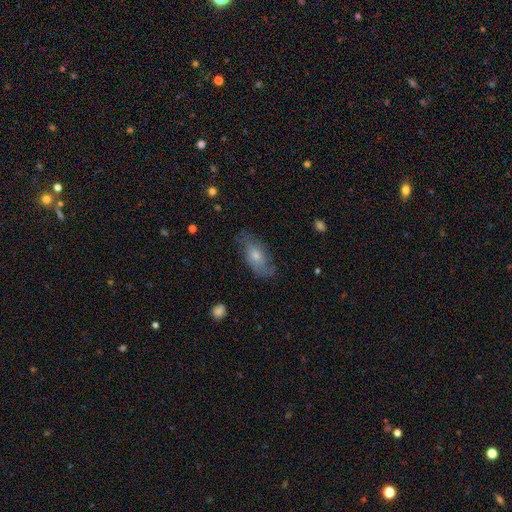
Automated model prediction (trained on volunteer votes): Smooth or featured?
  - smooth: 49% *
  - featured or disk: 44%
  - star or artifact: 8%
Merging?
  - none: 70% *
  - minor disturbance: 21%
  - major disturbance: 7%
  - merger: 1%